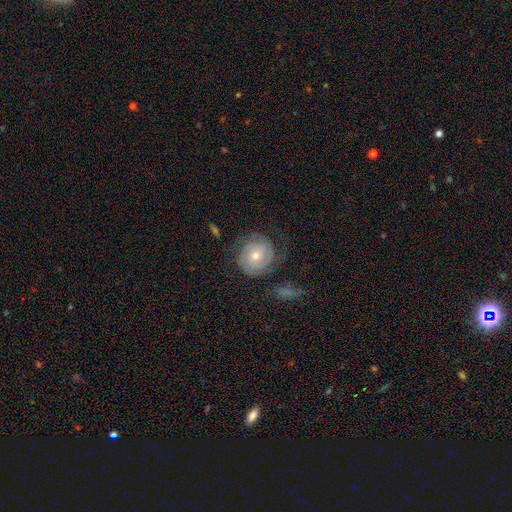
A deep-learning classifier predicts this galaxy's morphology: Q: Smooth or featured?
A: featured or disk (73%); runner-up: smooth (20%)
Q: Edge-on disk?
A: no (98%); runner-up: yes (2%)
Q: Bar?
A: no (76%); runner-up: weak (20%)
Q: Spiral arms?
A: yes (92%); runner-up: no (8%)
Q: Spiral winding?
A: tight (72%); runner-up: medium (21%)
Q: Spiral arm count?
A: 2 (53%); runner-up: can't tell (23%)
Q: Bulge size?
A: moderate (52%); runner-up: small (45%)
Q: Merging?
A: none (69%); runner-up: minor disturbance (17%)